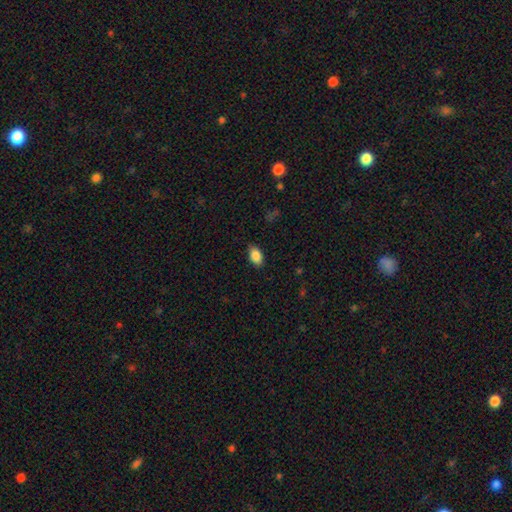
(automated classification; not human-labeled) This is clearly a smooth galaxy (87%). How rounded: clearly in between (90%). Merging: clearly none (85%).